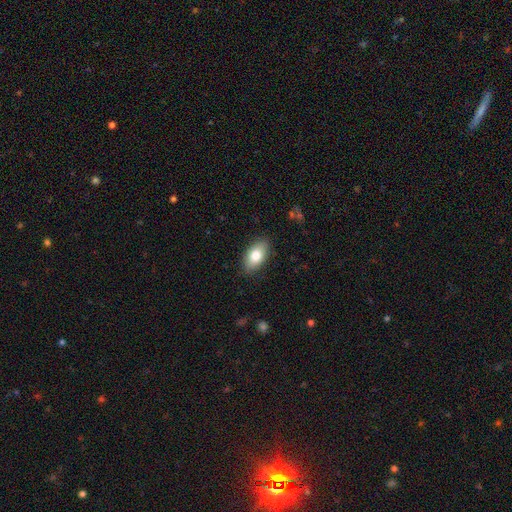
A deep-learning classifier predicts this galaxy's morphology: Overall: smooth (78%). How rounded: in between (92%). Merging: none (87%).